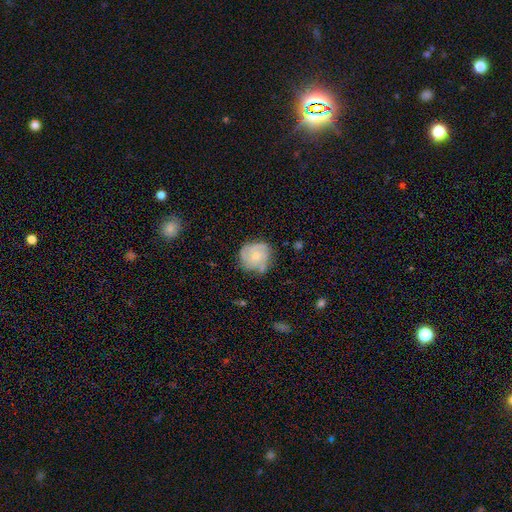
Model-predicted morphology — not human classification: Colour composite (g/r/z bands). It shows a featured or disk galaxy (73%) with no bar (73%), 3 (43%) tight (58%) spiral arms (94%) and a small central bulge (58%). Merging: none (69%).